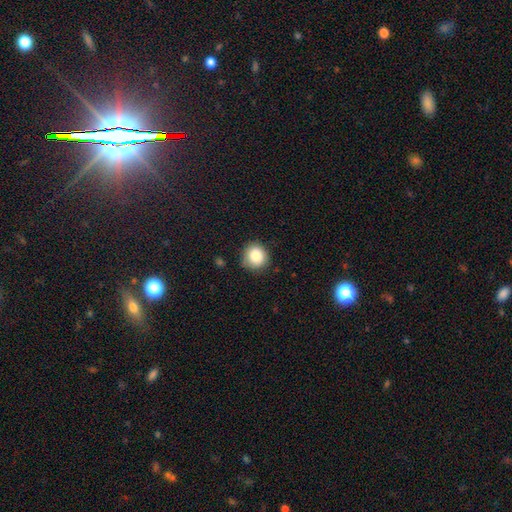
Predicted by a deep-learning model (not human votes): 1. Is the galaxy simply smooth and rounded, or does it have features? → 86% smooth, 9% star or artifact, 5% featured or disk.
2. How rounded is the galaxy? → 88% round, 11% in between, 1% cigar-shaped.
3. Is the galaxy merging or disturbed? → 82% none, 13% minor disturbance, 3% major disturbance, 2% merger.